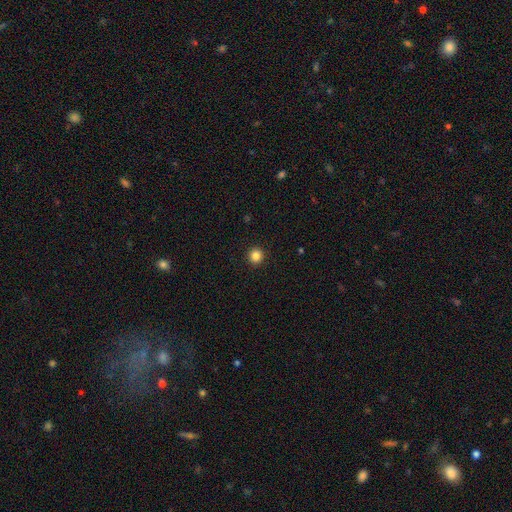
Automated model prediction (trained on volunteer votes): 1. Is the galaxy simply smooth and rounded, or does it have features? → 86% smooth, 11% star or artifact, 3% featured or disk.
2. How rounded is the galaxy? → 94% round, 5% in between, 1% cigar-shaped.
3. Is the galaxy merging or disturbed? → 93% none, 4% minor disturbance, 2% major disturbance, 1% merger.